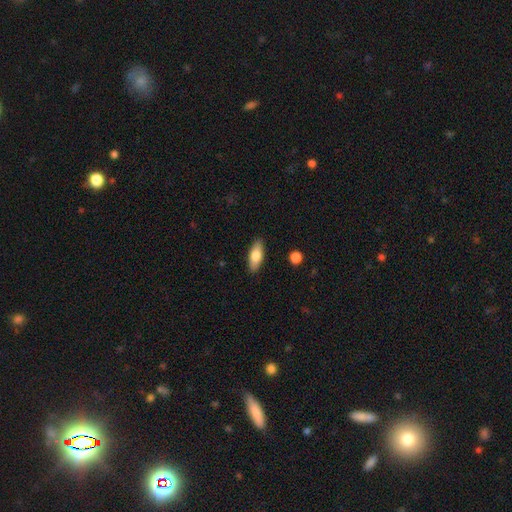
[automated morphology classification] This appears to be a smooth galaxy with no disk features (75%) that is in between round and cigar-shaped (78%). Merging: none (88%).